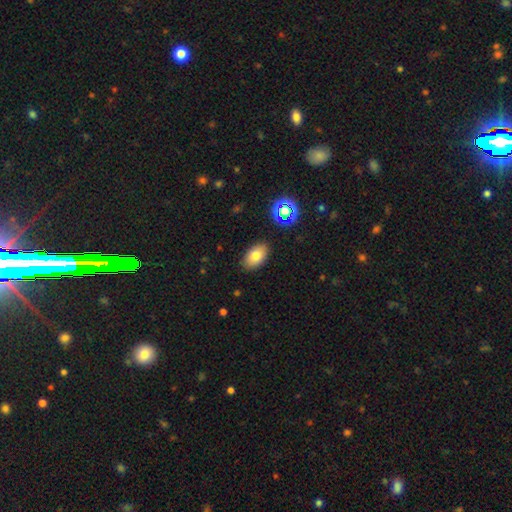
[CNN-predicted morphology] This is likely a smooth galaxy (77%). How rounded: clearly in between (91%). Merging: clearly none (87%).